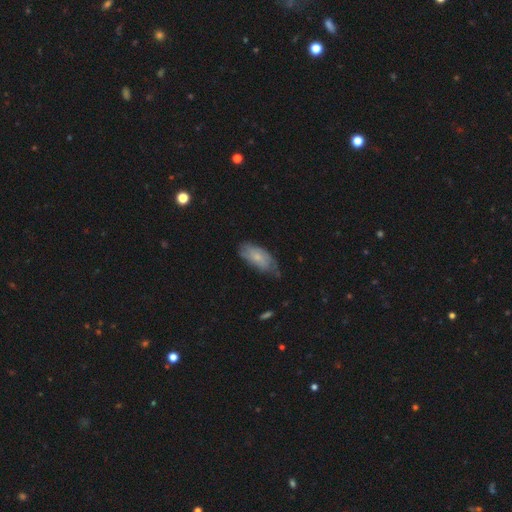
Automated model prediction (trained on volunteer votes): A smooth galaxy with no disk features (58%) that is in between round and cigar-shaped (89%).

Vote fractions:
- Smooth or featured? smooth: 58% / featured or disk: 36% / star or artifact: 7%
- How rounded? in between: 89% / cigar-shaped: 8% / round: 3%
- Merging? none: 58% / minor disturbance: 32% / major disturbance: 8% / merger: 2%